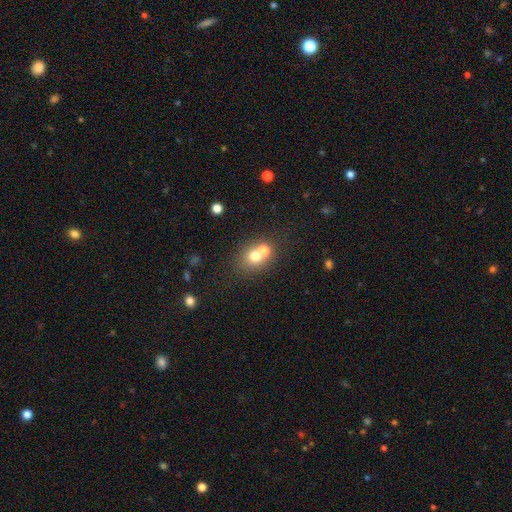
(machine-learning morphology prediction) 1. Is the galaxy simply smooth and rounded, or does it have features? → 68% smooth, 17% featured or disk, 15% star or artifact.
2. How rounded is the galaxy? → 71% round, 28% in between, 1% cigar-shaped.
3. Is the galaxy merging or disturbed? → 47% merger, 43% none, 7% minor disturbance, 3% major disturbance.